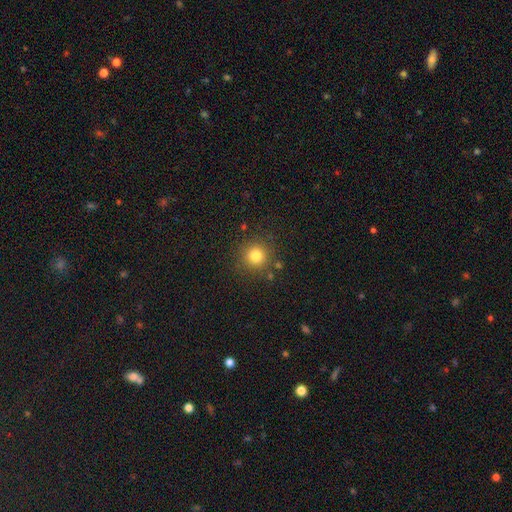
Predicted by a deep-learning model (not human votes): smooth_or_featured: smooth (p=0.80) [alt: star or artifact p=0.14]
how_rounded: round (p=0.94) [alt: in between p=0.05]
merging: none (p=0.87) [alt: minor disturbance p=0.07]